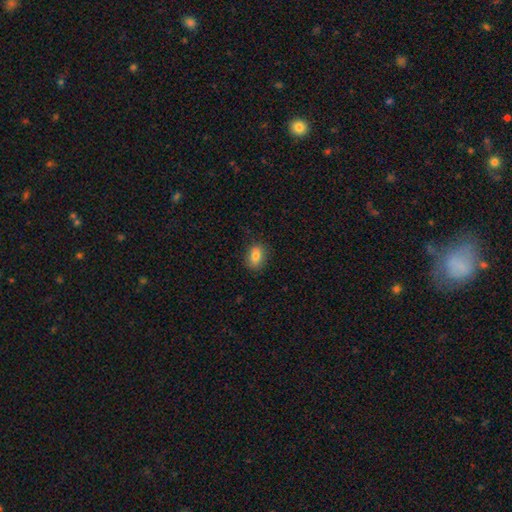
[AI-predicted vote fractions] Smooth or featured? Predicted: smooth (p=0.80). How rounded? Predicted: in between (p=0.73). Merging? Predicted: none (p=0.84).